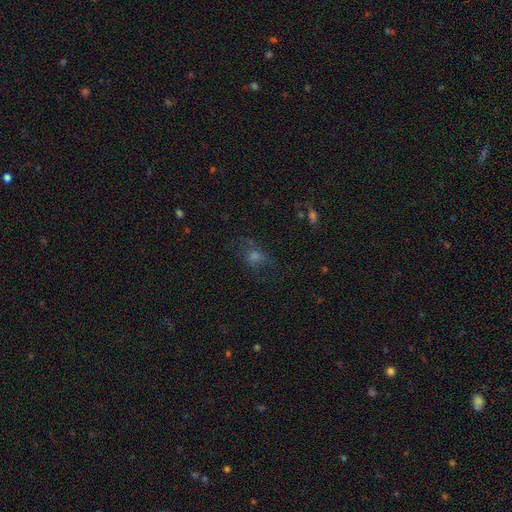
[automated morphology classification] Smooth or featured? Predicted: smooth (p=0.39). Merging? Predicted: none (p=0.61).